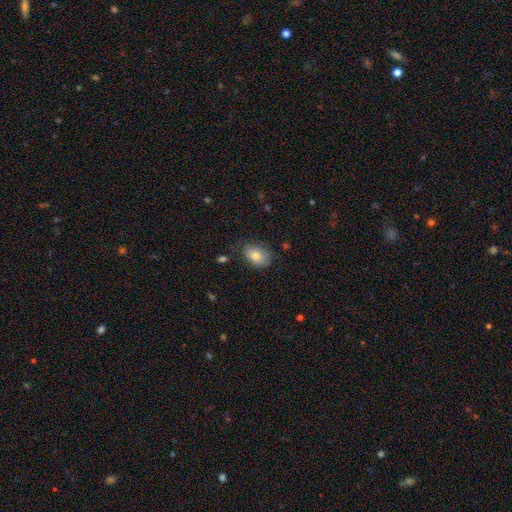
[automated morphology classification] smooth 80%, featured or disk 12%, star or artifact 8%. Down the decision tree: how rounded — in between (82%); merging — none (73%).